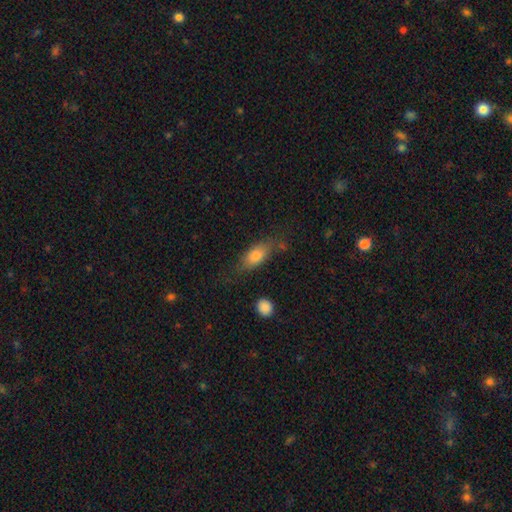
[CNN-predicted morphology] Smooth or featured? Predicted: smooth (p=0.76). How rounded? Predicted: in between (p=0.80). Merging? Predicted: none (p=0.61).